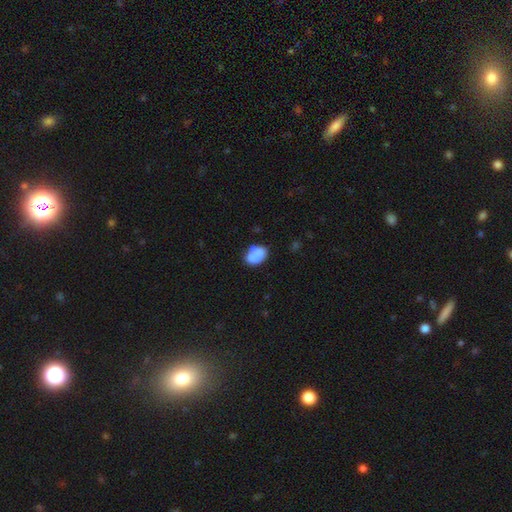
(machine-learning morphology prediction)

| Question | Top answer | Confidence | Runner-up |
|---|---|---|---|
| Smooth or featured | smooth | 66% | featured or disk (25%) |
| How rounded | in between | 74% | round (25%) |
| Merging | none | 35% | merger (27%) |